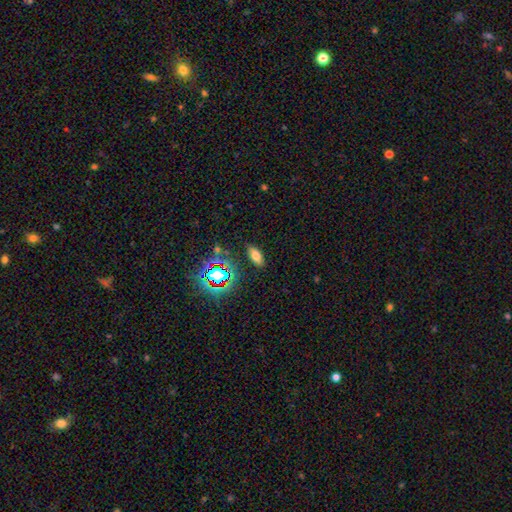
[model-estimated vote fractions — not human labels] Smooth or featured?
  - smooth: 67% *
  - star or artifact: 20%
  - featured or disk: 13%
How rounded?
  - in between: 82% *
  - cigar-shaped: 13%
  - round: 5%
Merging?
  - none: 86% *
  - minor disturbance: 9%
  - major disturbance: 3%
  - merger: 2%